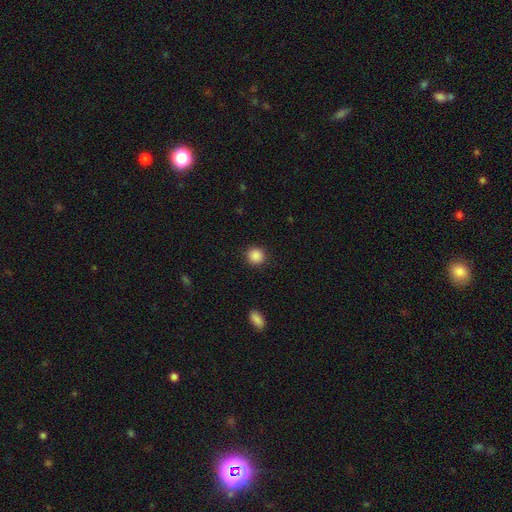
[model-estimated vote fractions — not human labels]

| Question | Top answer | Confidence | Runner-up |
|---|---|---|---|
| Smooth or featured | smooth | 88% | star or artifact (9%) |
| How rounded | round | 92% | in between (7%) |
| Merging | none | 91% | minor disturbance (6%) |